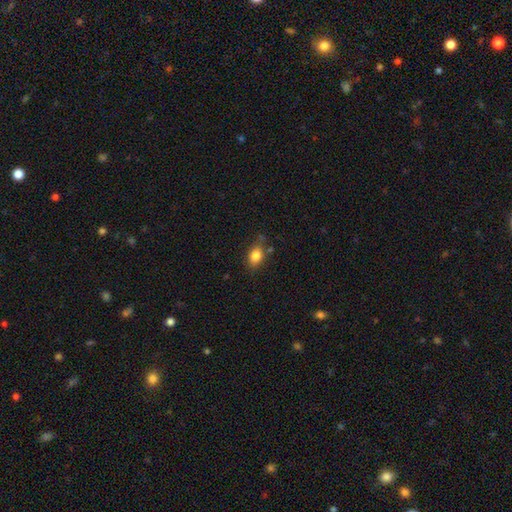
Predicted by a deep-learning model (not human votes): Morphology: type=smooth (84%); roundness=in between (74%); merging=none (74%).